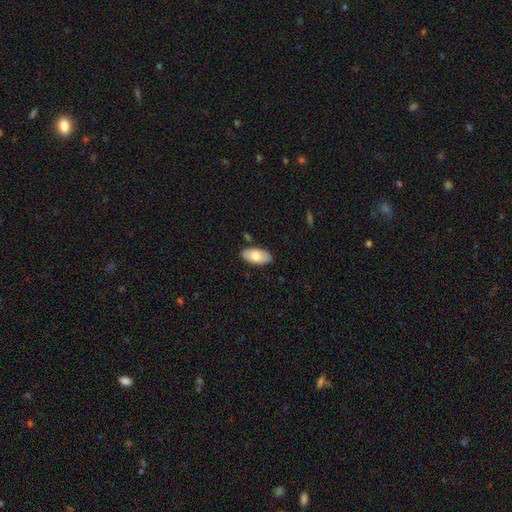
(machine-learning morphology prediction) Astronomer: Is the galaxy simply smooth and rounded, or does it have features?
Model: smooth — 71%.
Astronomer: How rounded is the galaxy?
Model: in between — 95%.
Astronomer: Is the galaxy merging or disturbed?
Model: none — 86%.